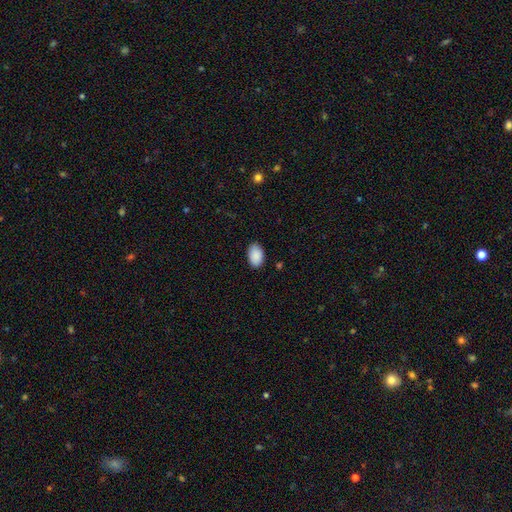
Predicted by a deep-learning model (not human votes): The model was most divided on "merging": none: 87%, minor disturbance: 10%, major disturbance: 2%, merger: 1%. More confident: smooth or featured — smooth (90%); how rounded — in between (90%).